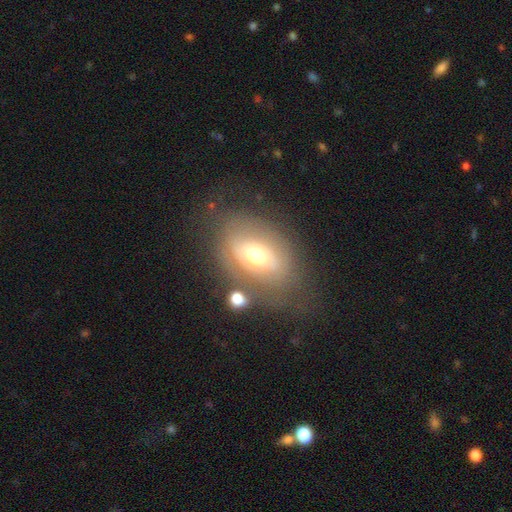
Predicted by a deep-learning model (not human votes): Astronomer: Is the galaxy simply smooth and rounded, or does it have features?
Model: featured or disk — 49% (runner-up: smooth, 42%).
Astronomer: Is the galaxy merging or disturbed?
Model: none — 59%.